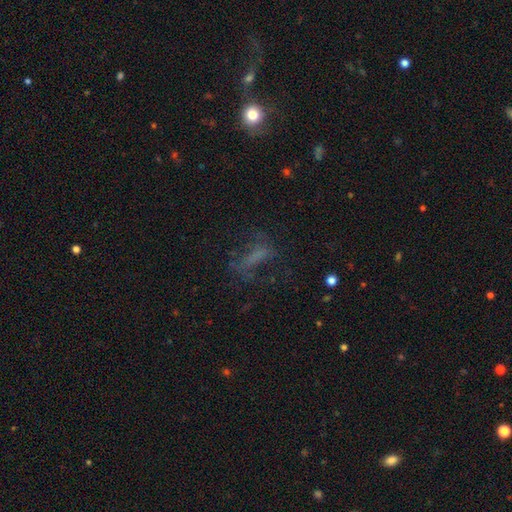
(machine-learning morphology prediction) Smooth or featured? smooth (41%)
Merging? none (47%)